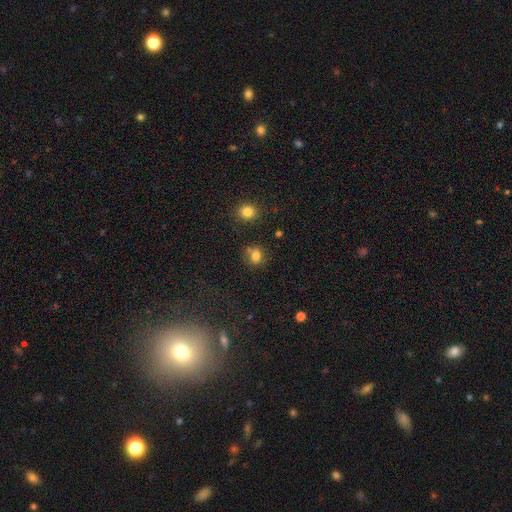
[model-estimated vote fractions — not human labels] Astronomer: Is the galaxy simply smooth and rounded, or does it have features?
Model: smooth — 78%.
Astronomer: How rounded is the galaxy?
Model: round — 72%.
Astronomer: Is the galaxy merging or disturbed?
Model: none — 66%.